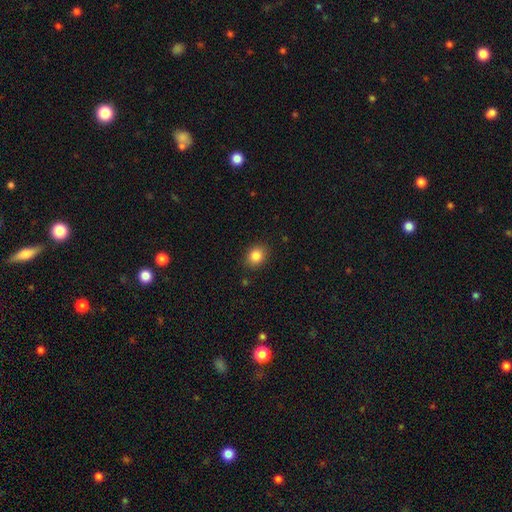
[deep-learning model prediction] A smooth galaxy with no disk features (85%) that is round (58%). Merging: none (88%).